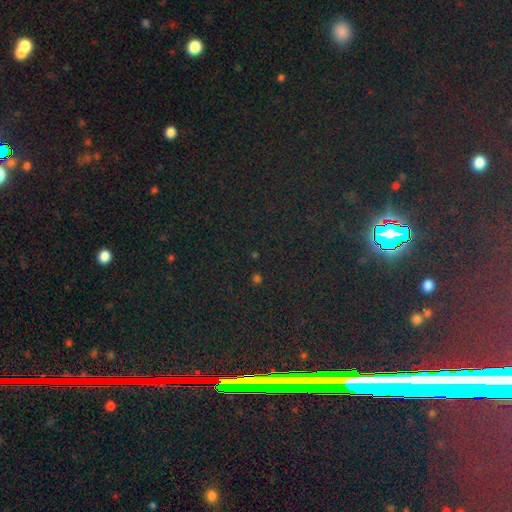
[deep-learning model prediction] A star or artifact, not a galaxy (84%).

Vote fractions:
- Smooth or featured? star or artifact: 84% / smooth: 9% / featured or disk: 7%